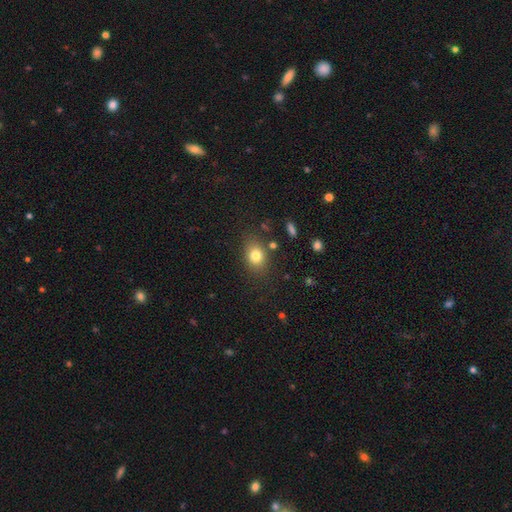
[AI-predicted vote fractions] Morphology: type=smooth (79%); roundness=in between (59%); merging=none (80%).